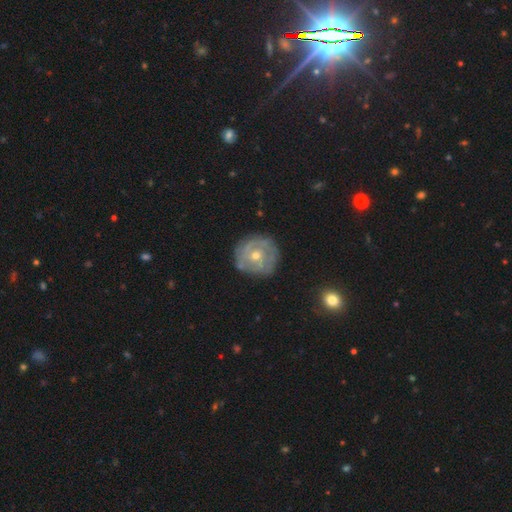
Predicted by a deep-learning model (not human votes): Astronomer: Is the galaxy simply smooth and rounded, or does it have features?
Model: featured or disk — 75%.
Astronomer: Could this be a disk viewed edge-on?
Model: no — 97%.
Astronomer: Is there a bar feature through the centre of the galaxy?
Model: no — 68%.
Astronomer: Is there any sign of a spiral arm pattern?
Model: yes — 82%.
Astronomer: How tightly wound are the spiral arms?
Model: tight — 68%.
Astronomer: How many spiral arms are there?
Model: can't tell — 38% (runner-up: 2, 26%).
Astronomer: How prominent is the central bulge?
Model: moderate — 54% (runner-up: small, 43%).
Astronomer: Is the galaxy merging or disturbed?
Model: none — 79%.